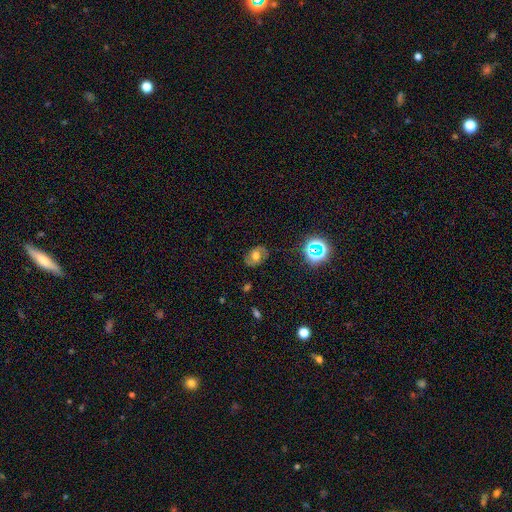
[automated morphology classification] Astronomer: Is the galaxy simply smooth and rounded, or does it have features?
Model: smooth — 42% (runner-up: featured or disk, 41%).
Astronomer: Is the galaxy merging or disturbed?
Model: none — 78%.